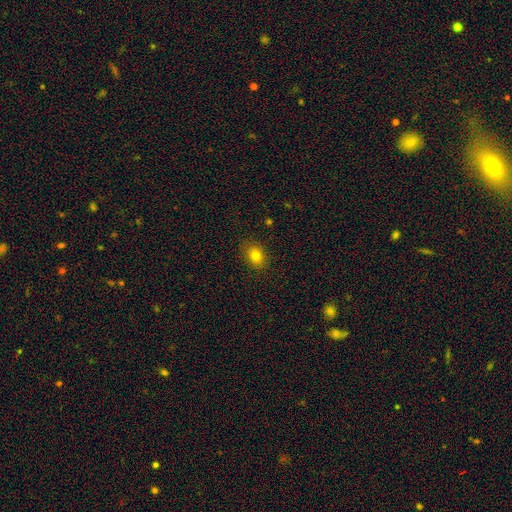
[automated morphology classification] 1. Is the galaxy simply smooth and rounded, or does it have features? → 80% smooth, 12% star or artifact, 8% featured or disk.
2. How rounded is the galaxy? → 56% in between, 42% round, 1% cigar-shaped.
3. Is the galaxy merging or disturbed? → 87% none, 9% minor disturbance, 2% major disturbance, 1% merger.